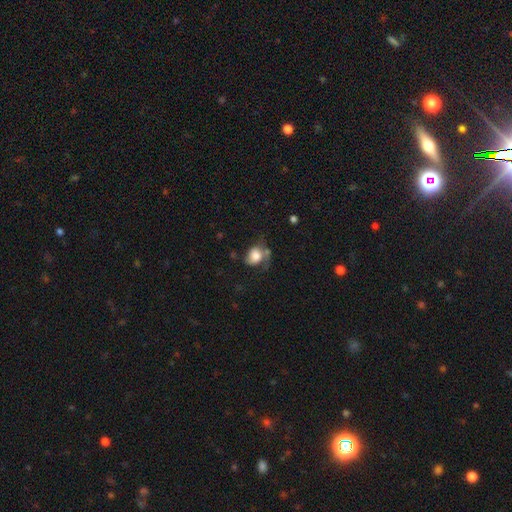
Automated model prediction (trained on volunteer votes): Smooth or featured? Predicted: smooth (p=0.71). How rounded? Predicted: round (p=0.51). Merging? Predicted: none (p=0.34).